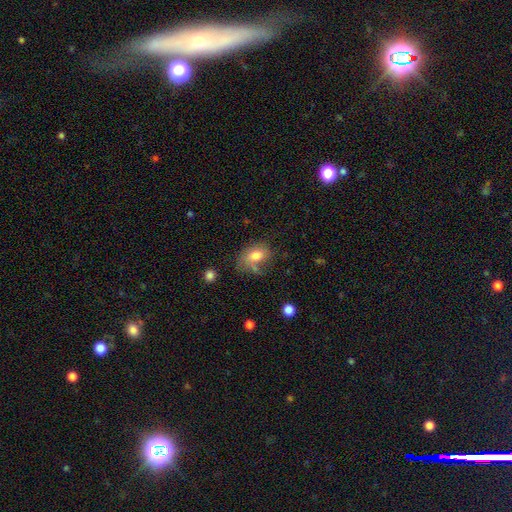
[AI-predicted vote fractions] A smooth galaxy with no disk features (73%) that is in between round and cigar-shaped (76%). Merging: none (44%).